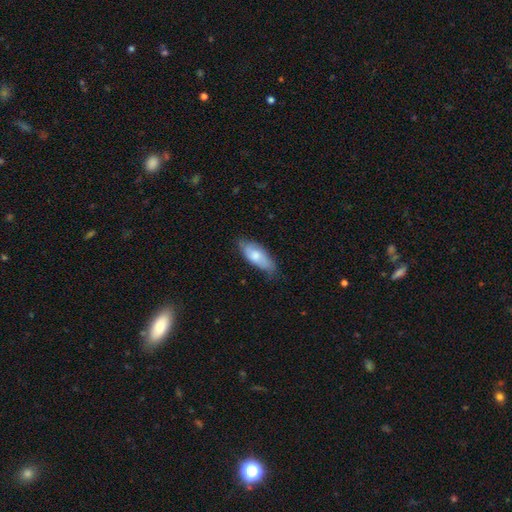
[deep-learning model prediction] smooth-or-featured: smooth: 69% | featured or disk: 25% | star or artifact: 6%
  how-rounded: in between: 77% | cigar-shaped: 21% | round: 2%
  merging: none: 65% | minor disturbance: 28% | major disturbance: 6% | merger: 1%